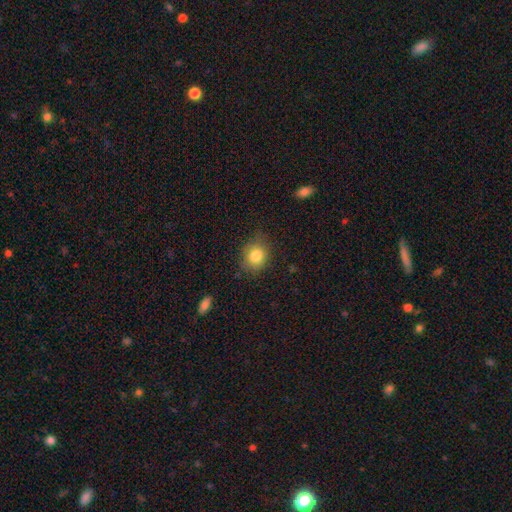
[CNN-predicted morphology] smooth_or_featured: smooth (p=0.82) [alt: star or artifact p=0.10]
how_rounded: round (p=0.65) [alt: in between p=0.34]
merging: none (p=0.76) [alt: minor disturbance p=0.18]